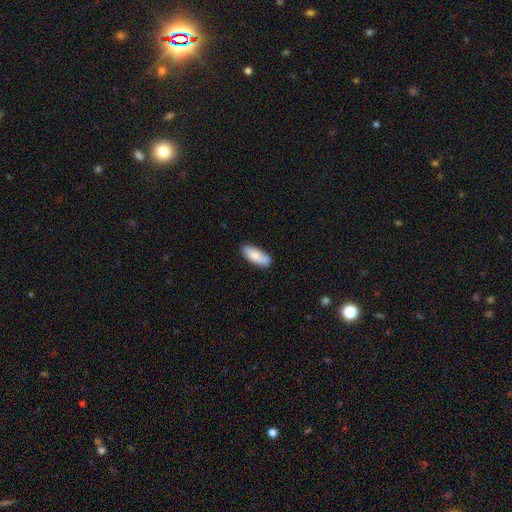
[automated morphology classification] A smooth galaxy with no disk features (81%) that is in between round and cigar-shaped (76%). Merging: none (79%).